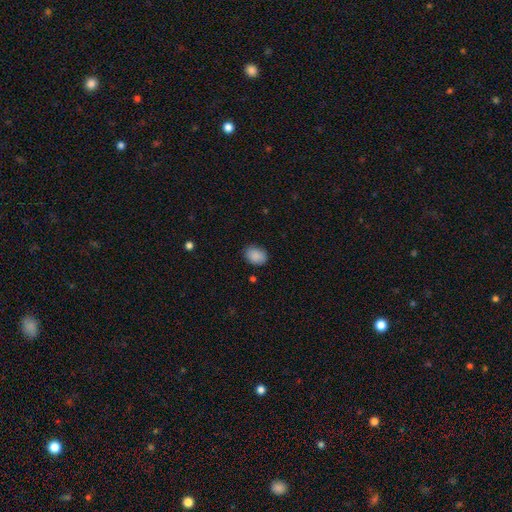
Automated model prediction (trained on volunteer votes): Smooth or featured? Predicted: smooth (p=0.89). How rounded? Predicted: in between (p=0.71). Merging? Predicted: none (p=0.83).